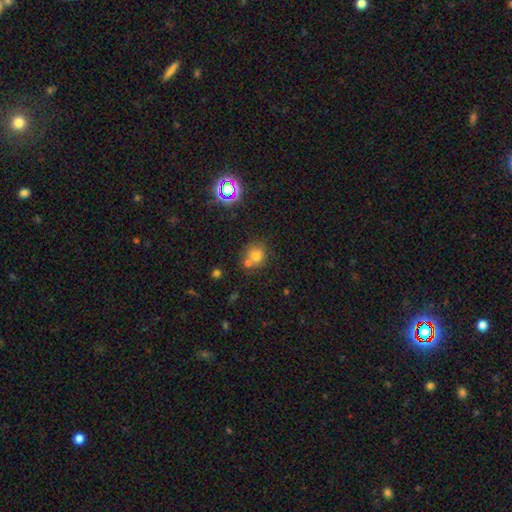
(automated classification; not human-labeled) Smooth or featured? Predicted: smooth (p=0.71). How rounded? Predicted: round (p=0.84). Merging? Predicted: none (p=0.55).